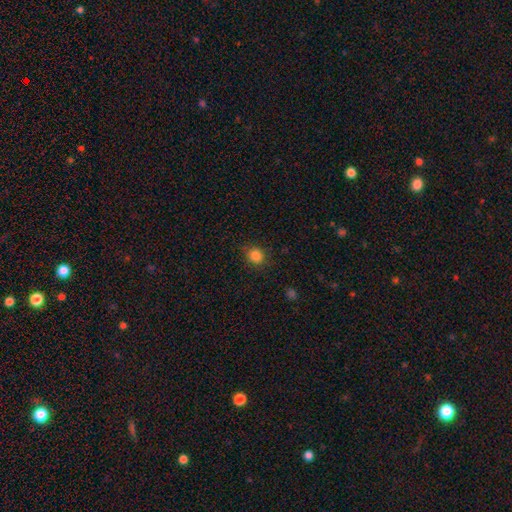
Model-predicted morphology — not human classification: Smooth or featured: smooth — 84% (star or artifact — 12%)
How rounded: round — 84% (in between — 15%)
Merging: none — 85% (minor disturbance — 11%)